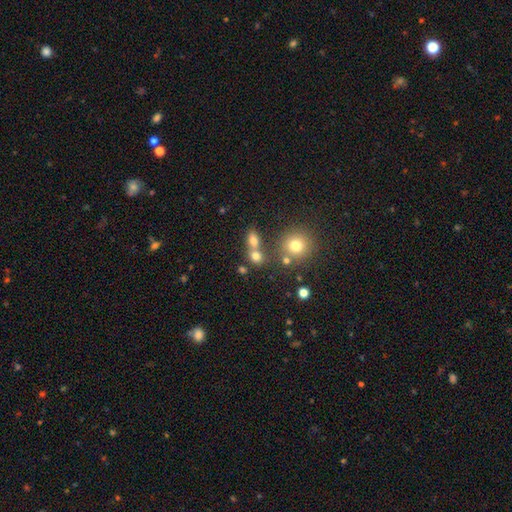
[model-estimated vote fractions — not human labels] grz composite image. It shows a smooth galaxy with no disk features (72%) that is round (62%). Merging: none (49%).